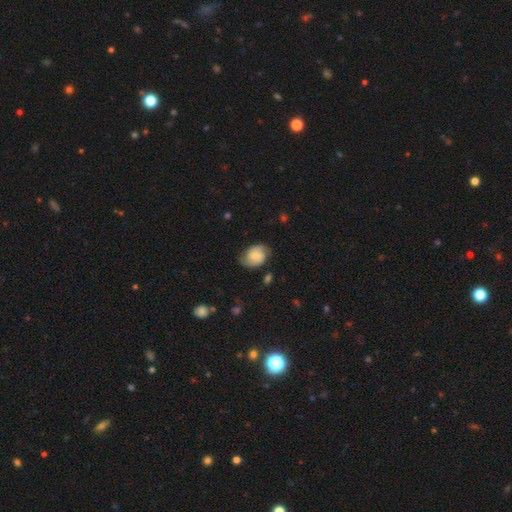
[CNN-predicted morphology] Smooth or featured? Predicted: featured or disk (p=0.55). Edge-on disk? Predicted: no (p=0.97). Bar? Predicted: no (p=0.44, tied with weak). Spiral arms? Predicted: yes (p=0.92). Bulge size? Predicted: small (p=0.42). Merging? Predicted: none (p=0.72).